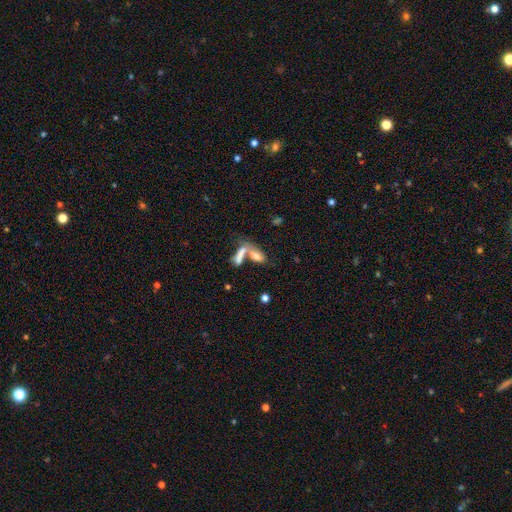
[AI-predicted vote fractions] The model was most divided on "merging": merger: 56%, none: 29%, minor disturbance: 8%, major disturbance: 7%. More confident: smooth or featured — smooth (73%); how rounded — in between (70%).